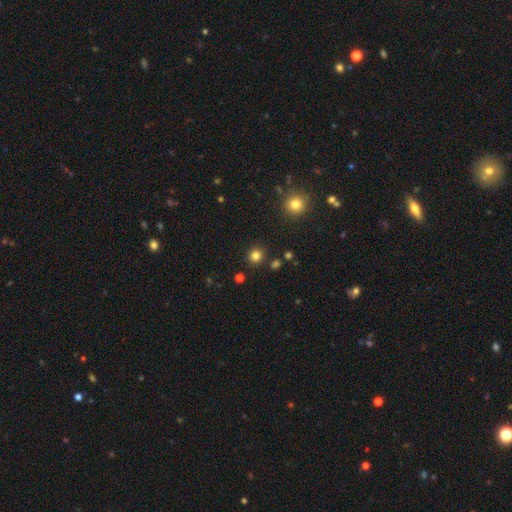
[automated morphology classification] Smooth or featured?
  - smooth: 81% *
  - star or artifact: 15%
  - featured or disk: 4%
How rounded?
  - round: 92% *
  - in between: 7%
  - cigar-shaped: 1%
Merging?
  - none: 90% *
  - minor disturbance: 6%
  - merger: 3%
  - major disturbance: 2%